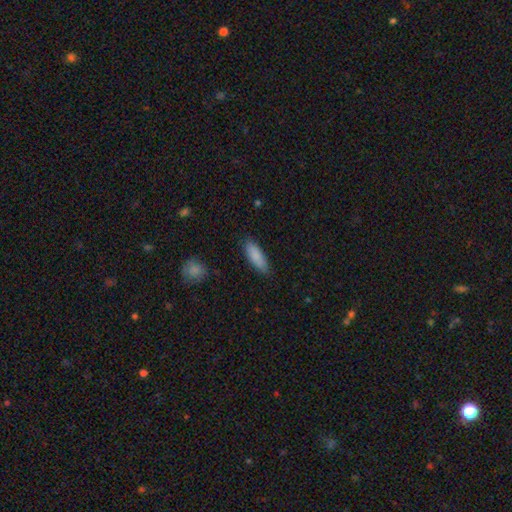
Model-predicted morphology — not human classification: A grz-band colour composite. It shows a smooth galaxy with no disk features (87%) that is in between round and cigar-shaped (60%). Merging: none (85%).